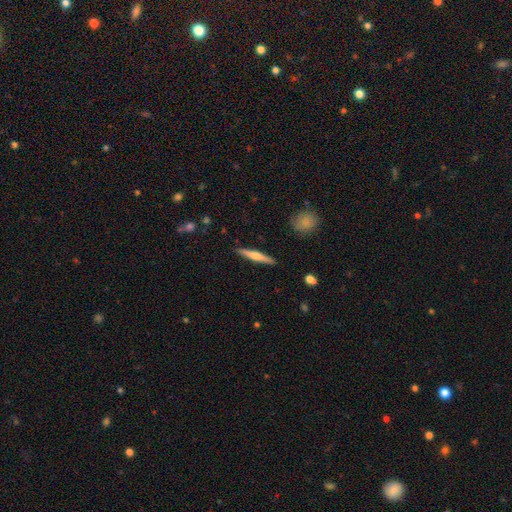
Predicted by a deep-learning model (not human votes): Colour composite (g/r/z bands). It shows a featured or disk galaxy (51%) viewed edge-on (97%). Merging: none (91%).